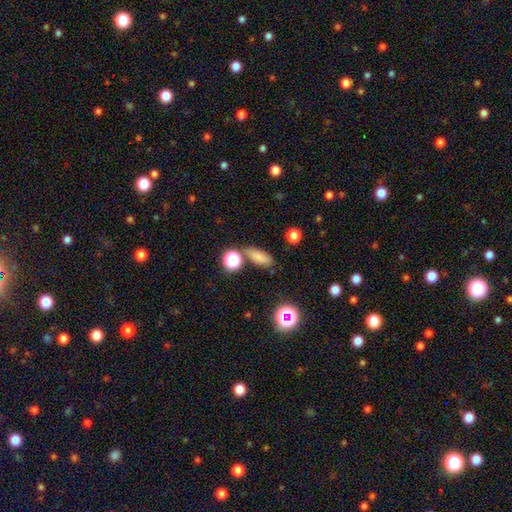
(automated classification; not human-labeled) smooth-or-featured: smooth: 69% | star or artifact: 21% | featured or disk: 10%
  how-rounded: in between: 68% | cigar-shaped: 20% | round: 12%
  merging: none: 76% | minor disturbance: 12% | merger: 9% | major disturbance: 4%